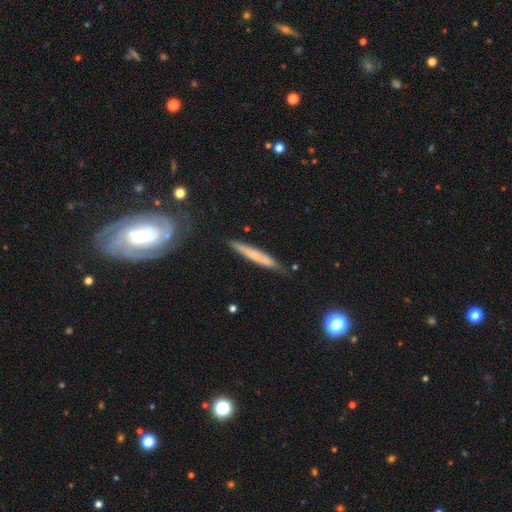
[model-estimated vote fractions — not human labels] The model was most divided on "smooth or featured": smooth: 58%, featured or disk: 36%, star or artifact: 7%. More confident: how rounded — cigar-shaped (95%); merging — none (80%).